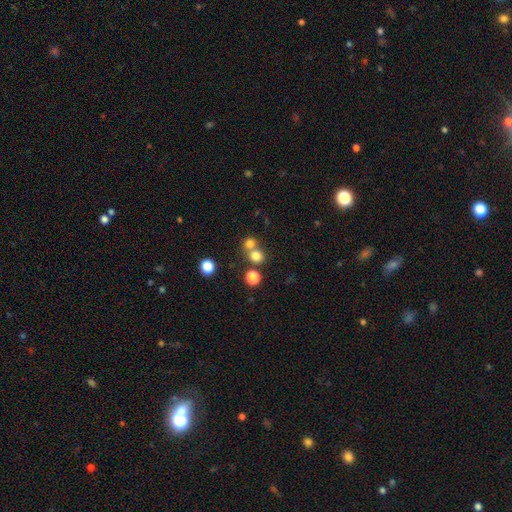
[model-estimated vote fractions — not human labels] Smooth or featured?
  - smooth: 76% *
  - star or artifact: 15%
  - featured or disk: 8%
How rounded?
  - round: 85% *
  - in between: 14%
  - cigar-shaped: 1%
Merging?
  - none: 51% *
  - merger: 40%
  - minor disturbance: 6%
  - major disturbance: 3%